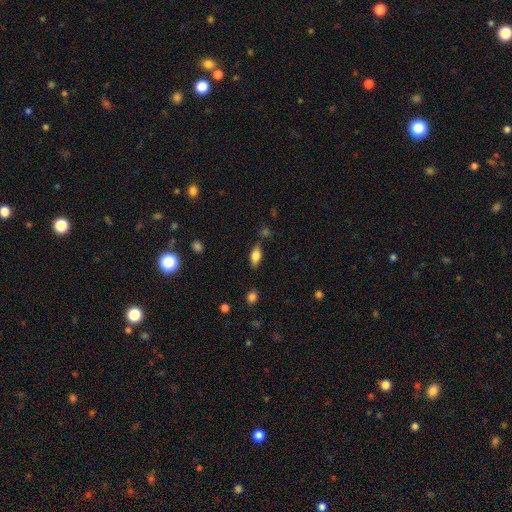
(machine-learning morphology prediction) Smooth or featured?
  - smooth: 73% *
  - featured or disk: 19%
  - star or artifact: 8%
How rounded?
  - in between: 84% *
  - cigar-shaped: 12%
  - round: 4%
Merging?
  - none: 78% *
  - minor disturbance: 15%
  - major disturbance: 4%
  - merger: 4%